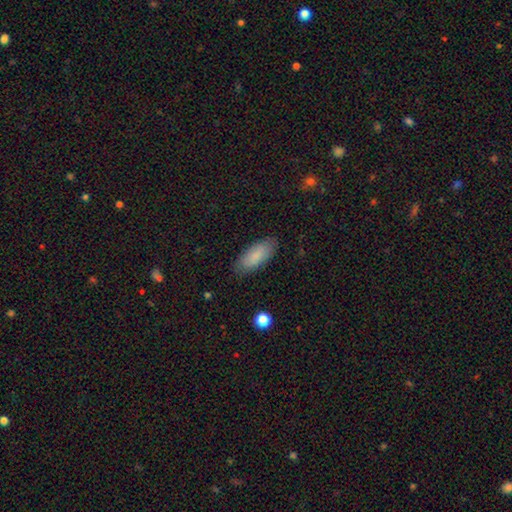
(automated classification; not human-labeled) A smooth galaxy with no disk features (85%) that is in between round and cigar-shaped (80%).

Vote fractions:
- Smooth or featured? smooth: 85% / featured or disk: 9% / star or artifact: 6%
- How rounded? in between: 80% / cigar-shaped: 18% / round: 2%
- Merging? none: 85% / minor disturbance: 11% / major disturbance: 3% / merger: 1%